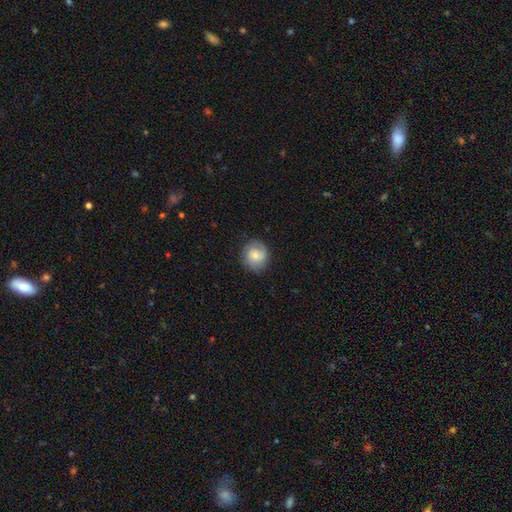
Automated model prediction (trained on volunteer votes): smooth-or-featured: smooth: 56% | featured or disk: 37% | star or artifact: 8%
  how-rounded: round: 84% | in between: 15% | cigar-shaped: 1%
  merging: none: 79% | minor disturbance: 15% | major disturbance: 5% | merger: 1%